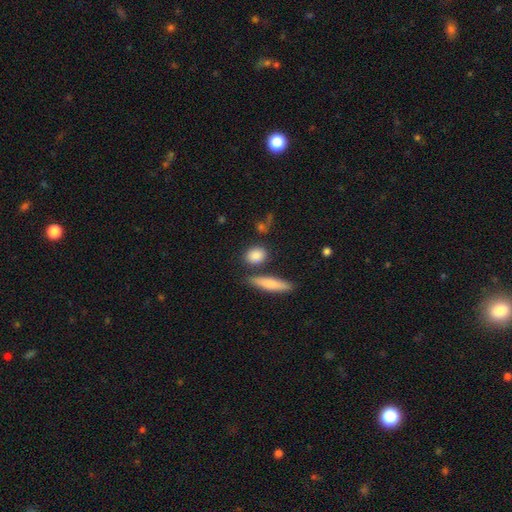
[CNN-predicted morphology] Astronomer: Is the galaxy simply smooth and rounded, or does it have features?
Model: smooth — 85%.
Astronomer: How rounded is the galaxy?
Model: in between — 45% (runner-up: round, 44%).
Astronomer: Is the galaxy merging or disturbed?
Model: none — 75%.